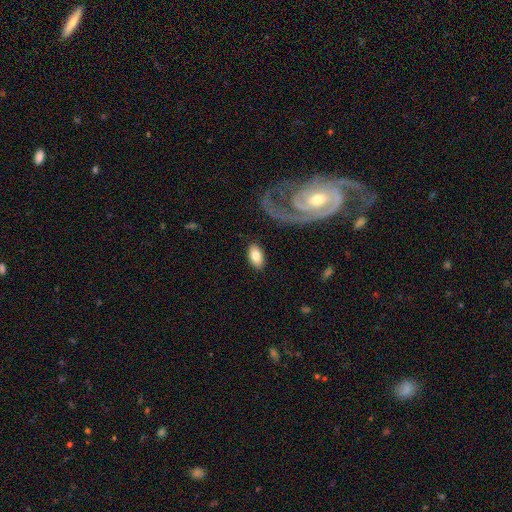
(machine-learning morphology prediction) Smooth or featured: smooth — 75% (featured or disk — 18%)
How rounded: in between — 93% (round — 4%)
Merging: none — 84% (minor disturbance — 9%)